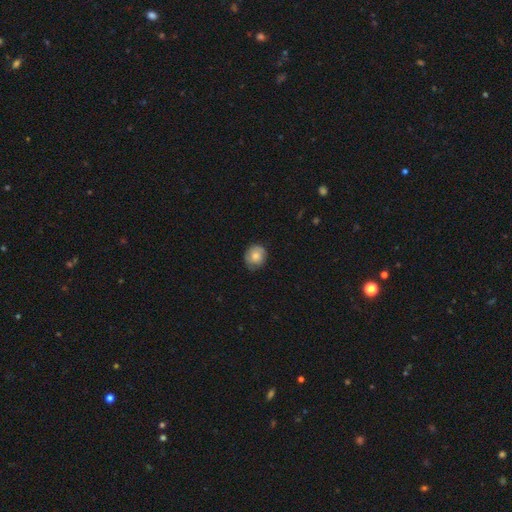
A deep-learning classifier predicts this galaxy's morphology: Overall: smooth (71%). How rounded: round (79%). Merging: none (76%).